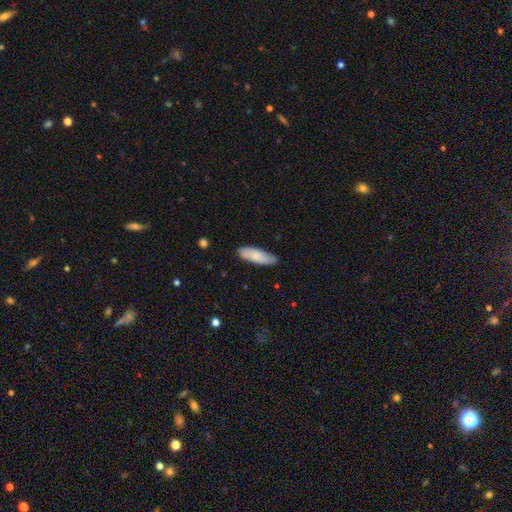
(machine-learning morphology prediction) A smooth galaxy with no disk features (76%) that is in between round and cigar-shaped (61%). Merging: none (77%).